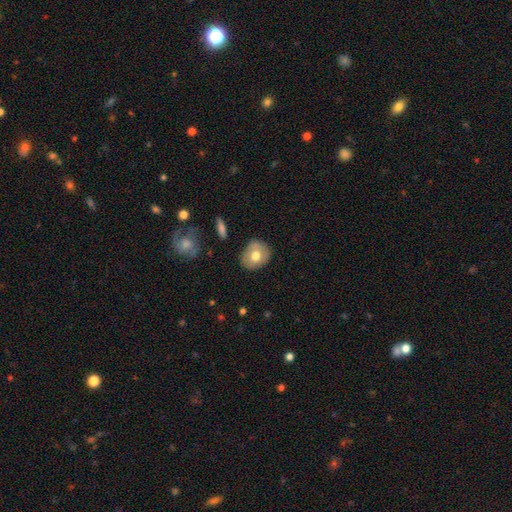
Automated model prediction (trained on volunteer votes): A smooth galaxy with no disk features (67%) that is round (69%). Merging: none (82%).